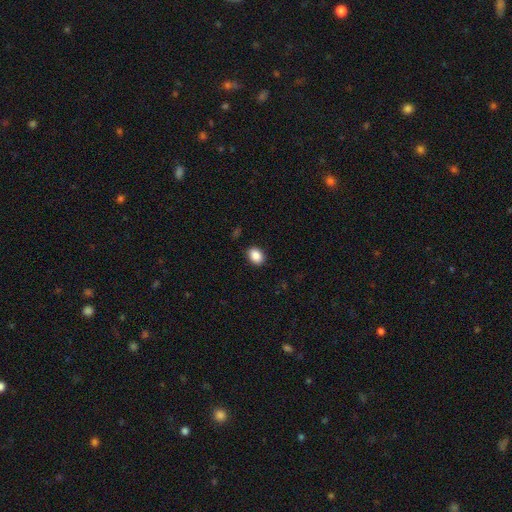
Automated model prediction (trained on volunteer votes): This is clearly a smooth galaxy (88%). How rounded: likely in between (68%). Merging: clearly none (89%).